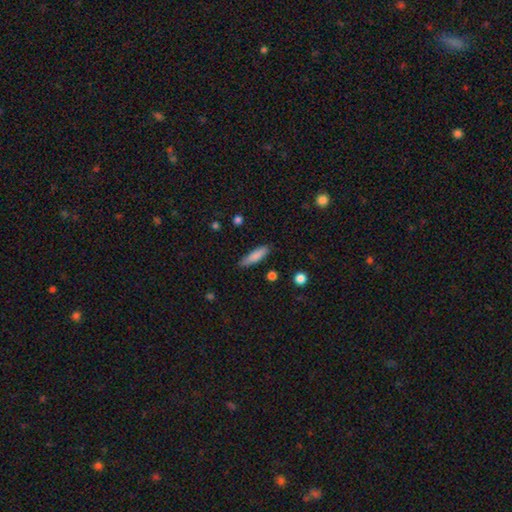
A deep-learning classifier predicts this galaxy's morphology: This appears to be a smooth galaxy with no disk features (83%) that is cigar-shaped (69%). Merging: none (83%).